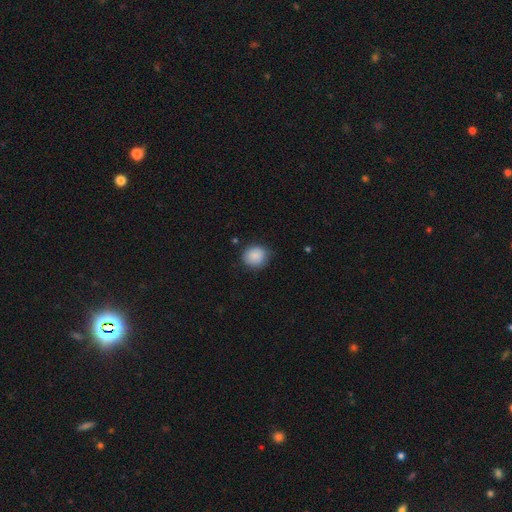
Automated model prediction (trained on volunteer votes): The model was most divided on "how rounded": round: 78%, in between: 21%, cigar-shaped: 1%. More confident: smooth or featured — smooth (88%); merging — none (79%).